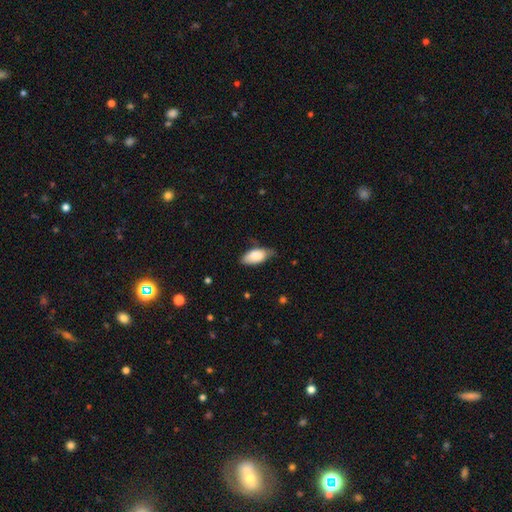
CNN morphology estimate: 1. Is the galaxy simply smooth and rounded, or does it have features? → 82% smooth, 12% featured or disk, 6% star or artifact.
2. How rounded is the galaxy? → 90% in between, 7% cigar-shaped, 2% round.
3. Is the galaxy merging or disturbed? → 54% none, 37% minor disturbance, 8% major disturbance, 2% merger.